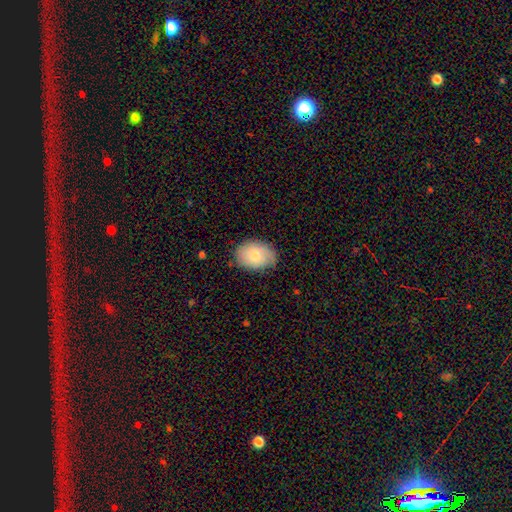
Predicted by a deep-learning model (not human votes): Q: Smooth or featured?
A: smooth (80%); runner-up: featured or disk (14%)
Q: How rounded?
A: in between (82%); runner-up: round (17%)
Q: Merging?
A: none (78%); runner-up: minor disturbance (17%)